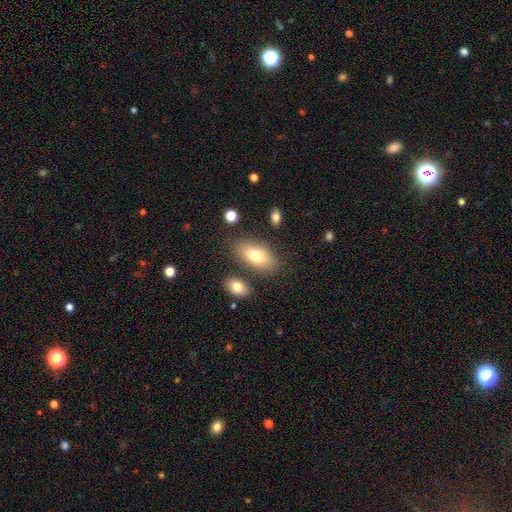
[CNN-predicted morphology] This appears to be a smooth galaxy with no disk features (76%) that is in between round and cigar-shaped (91%). Merging: none (77%).